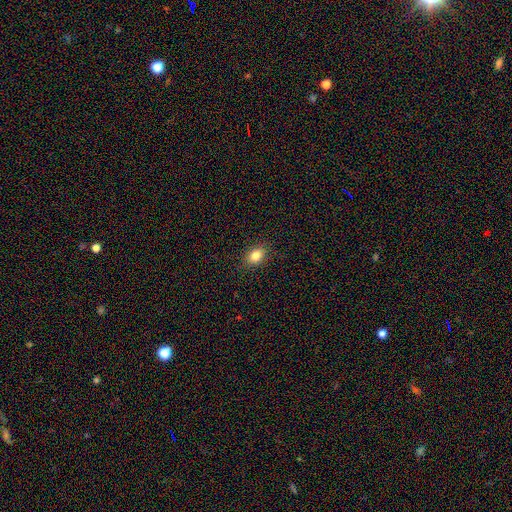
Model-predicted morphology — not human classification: type=smooth (83%); roundness=in between (74%); merging=none (88%).